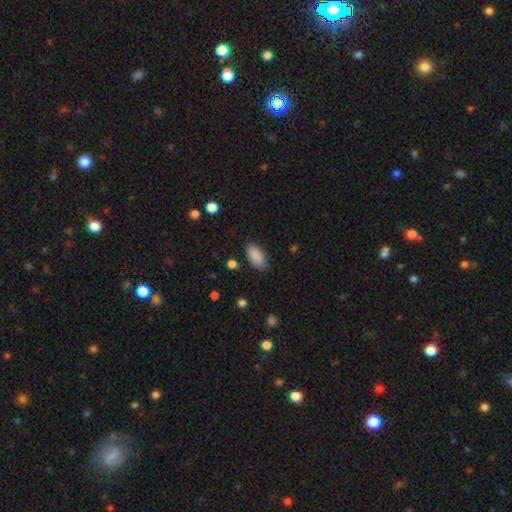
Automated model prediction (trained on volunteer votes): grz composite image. It shows a smooth galaxy with no disk features (89%) that is in between round and cigar-shaped (93%). Merging: none (84%).